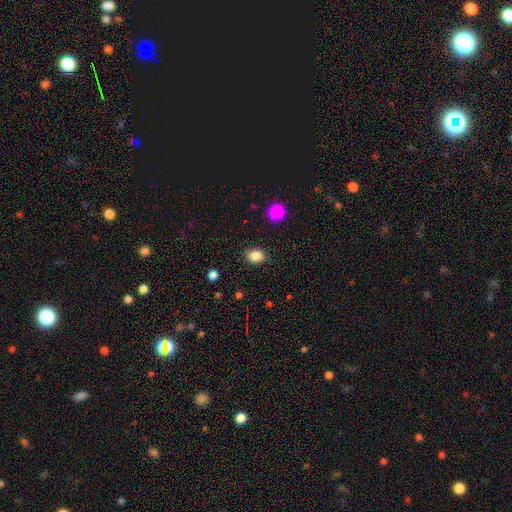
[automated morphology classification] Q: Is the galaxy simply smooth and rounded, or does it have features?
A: smooth — 86%.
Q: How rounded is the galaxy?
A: in between — 62%.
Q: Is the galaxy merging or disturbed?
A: none — 86%.